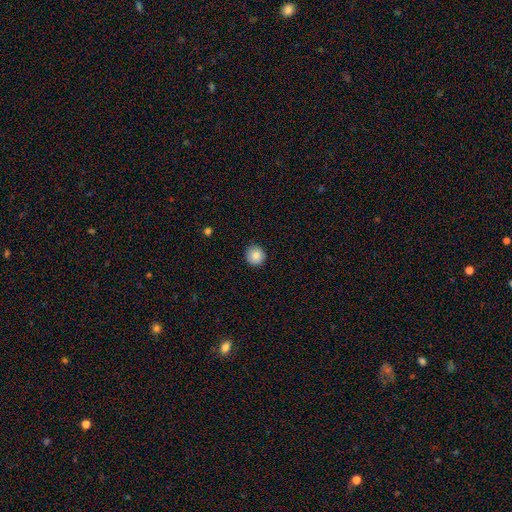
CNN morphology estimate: smooth_or_featured: smooth (p=0.86) [alt: star or artifact p=0.09]
how_rounded: round (p=0.92) [alt: in between p=0.07]
merging: none (p=0.88) [alt: minor disturbance p=0.09]